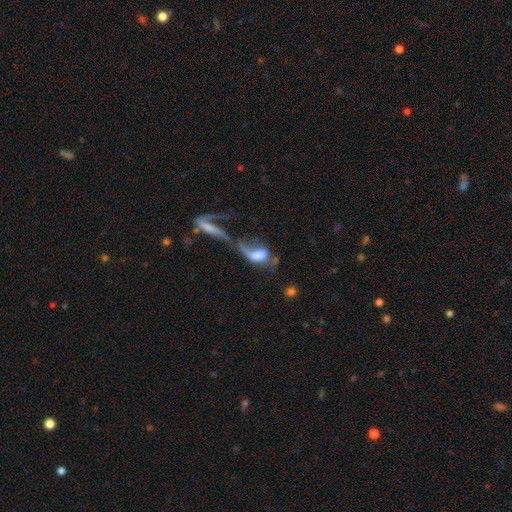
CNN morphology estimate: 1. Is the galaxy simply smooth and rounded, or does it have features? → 45% smooth, 44% featured or disk, 11% star or artifact.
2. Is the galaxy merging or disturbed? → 56% merger, 26% major disturbance, 11% none, 7% minor disturbance.